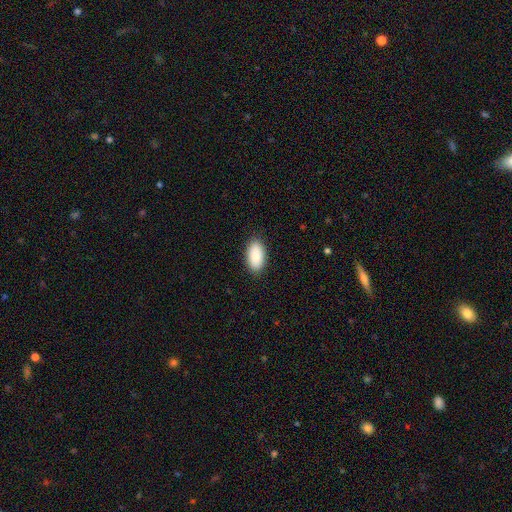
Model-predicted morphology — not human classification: A smooth galaxy with no disk features (91%) that is in between round and cigar-shaped (95%).

Vote fractions:
- Smooth or featured? smooth: 91% / star or artifact: 6% / featured or disk: 4%
- How rounded? in between: 95% / cigar-shaped: 3% / round: 2%
- Merging? none: 89% / minor disturbance: 8% / major disturbance: 2% / merger: 1%